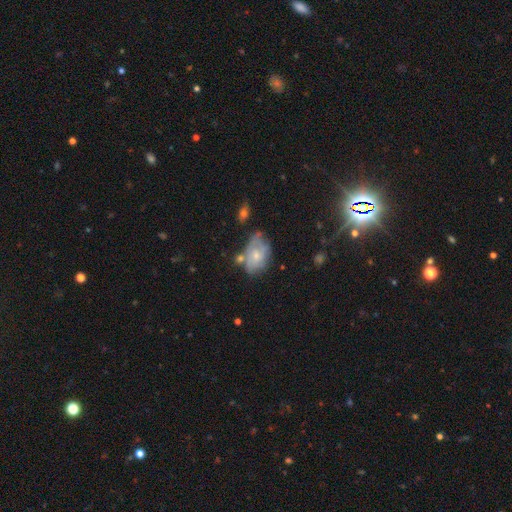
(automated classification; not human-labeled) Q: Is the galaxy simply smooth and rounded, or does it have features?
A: featured or disk — 56%.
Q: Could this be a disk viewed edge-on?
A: no — 96%.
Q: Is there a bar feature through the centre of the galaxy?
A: no — 77%.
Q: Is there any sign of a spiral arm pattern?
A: yes — 64%.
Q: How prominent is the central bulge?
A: small — 55%.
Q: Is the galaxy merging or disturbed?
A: none — 46%.